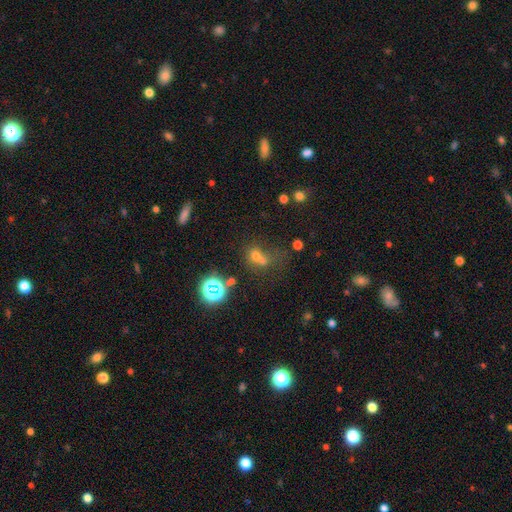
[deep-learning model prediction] This is possibly a smooth galaxy (55%). How rounded: likely round (61%). Merging: possibly merger (48%).